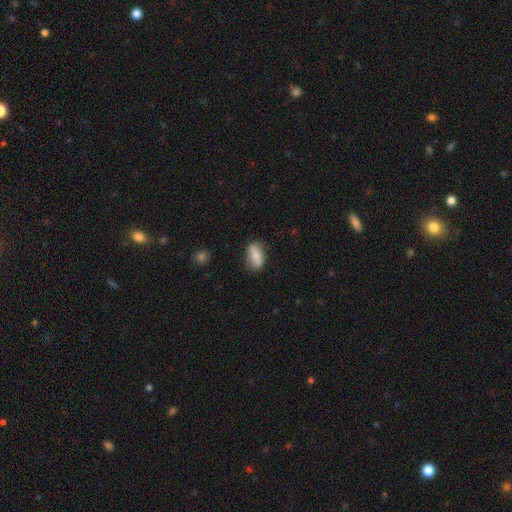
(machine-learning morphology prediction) Smooth or featured? smooth (64%)
How rounded? in between (86%)
Merging? none (77%)